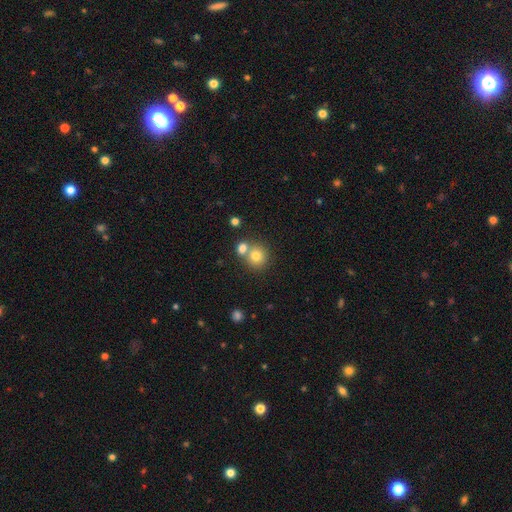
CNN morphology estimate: smooth 77%, star or artifact 12%, featured or disk 11%. Down the decision tree: how rounded — round (88%); merging — none (53%).